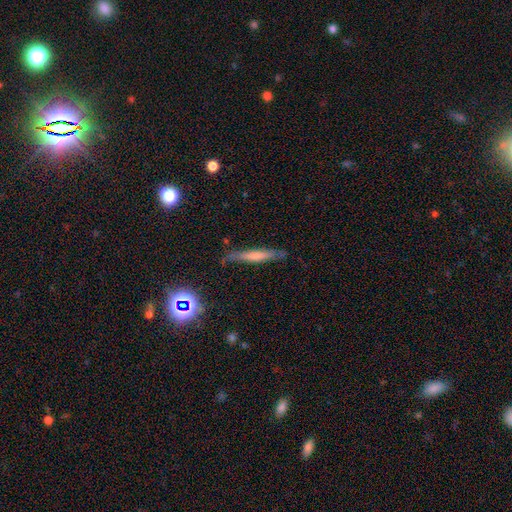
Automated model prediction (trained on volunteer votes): Overall: smooth (53%; featured or disk 39%). How rounded: cigar-shaped (94%). Merging: none (76%).